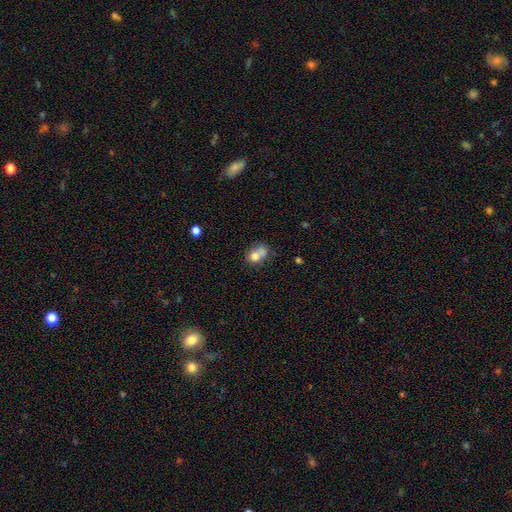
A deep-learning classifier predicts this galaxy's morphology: Smooth or featured? Predicted: smooth (p=0.72). How rounded? Predicted: round (p=0.54). Merging? Predicted: merger (p=0.54).